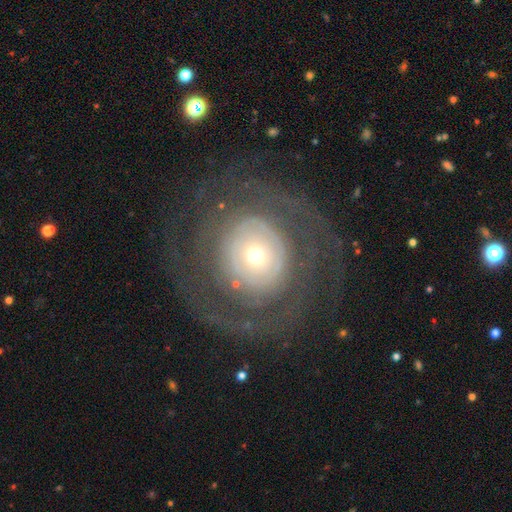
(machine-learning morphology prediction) smooth_or_featured: featured or disk (p=0.66) [alt: smooth p=0.26]
disk_edge_on: no (p=0.96) [alt: yes p=0.04]
bar: no (p=0.86) [alt: weak p=0.10]
has_spiral_arms: yes (p=0.56) [alt: no p=0.44]
bulge_size: small (p=0.55) [alt: moderate p=0.34]
merging: none (p=0.72) [alt: major disturbance p=0.15]